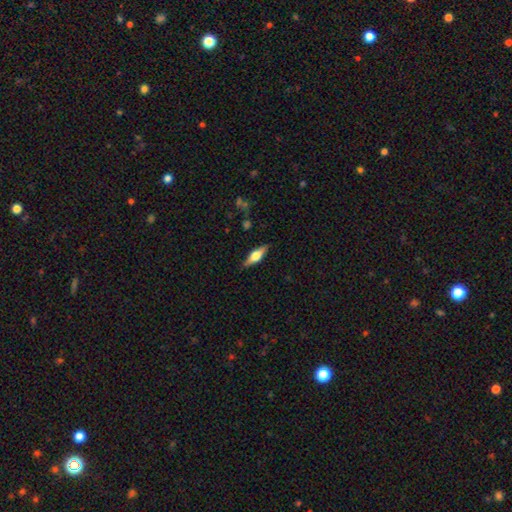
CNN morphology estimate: This appears to be a featured or disk galaxy (55%) viewed edge-on (93%) with a rounded central bulge (91%). Merging: none (86%).